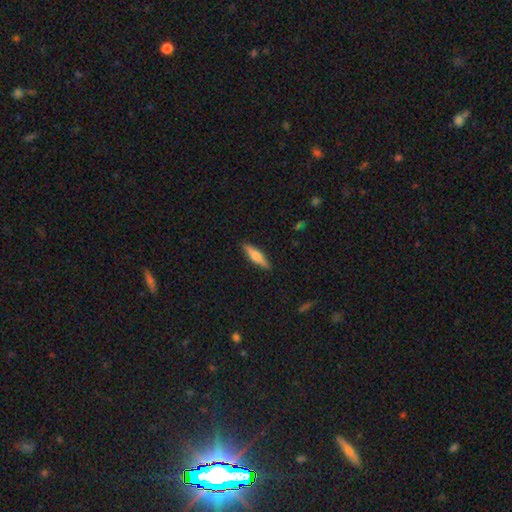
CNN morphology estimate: Smooth or featured?
  - smooth: 51% *
  - featured or disk: 43%
  - star or artifact: 6%
How rounded?
  - cigar-shaped: 71% *
  - in between: 27%
  - round: 2%
Merging?
  - none: 89% *
  - minor disturbance: 8%
  - major disturbance: 2%
  - merger: 1%